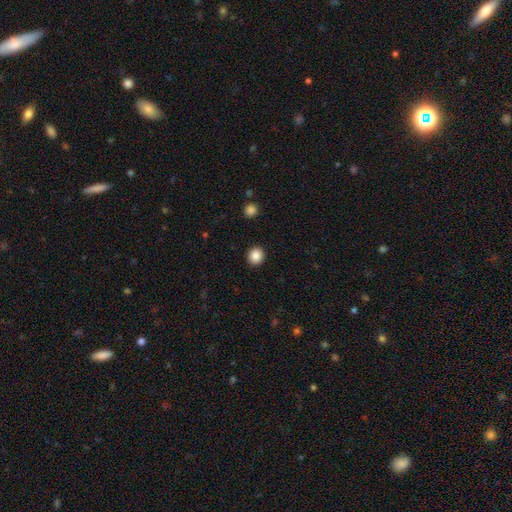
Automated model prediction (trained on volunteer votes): The model was most divided on "how rounded": round: 87%, in between: 12%, cigar-shaped: 1%. More confident: merging — none (92%); smooth or featured — smooth (86%).